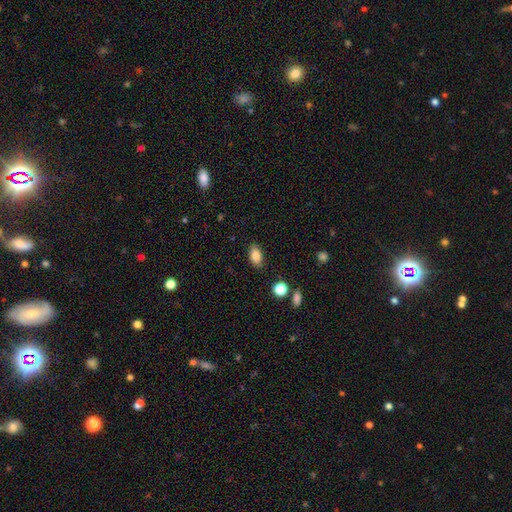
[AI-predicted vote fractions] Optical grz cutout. It shows a smooth galaxy with no disk features (84%) that is in between round and cigar-shaped (90%). Merging: none (86%).